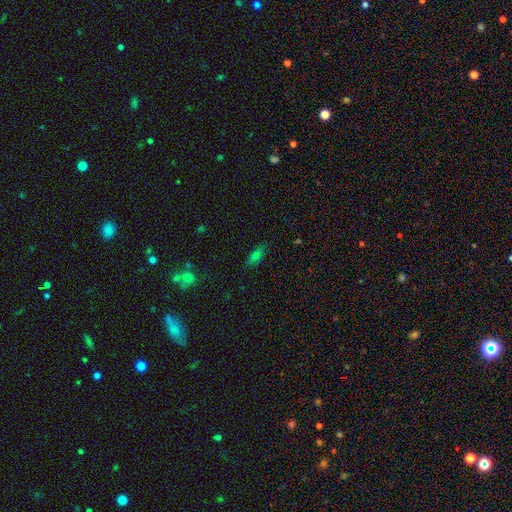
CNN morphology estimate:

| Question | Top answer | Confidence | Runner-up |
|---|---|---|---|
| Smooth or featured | smooth | 70% | star or artifact (15%) |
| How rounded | in between | 78% | cigar-shaped (17%) |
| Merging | none | 80% | minor disturbance (15%) |